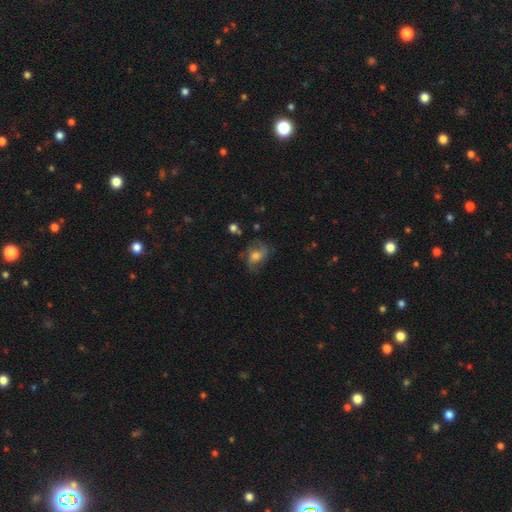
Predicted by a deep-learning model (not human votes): Q: Smooth or featured?
A: featured or disk (57%); runner-up: smooth (33%)
Q: Edge-on disk?
A: no (96%); runner-up: yes (4%)
Q: Bar?
A: no (60%); runner-up: weak (32%)
Q: Spiral arms?
A: yes (83%); runner-up: no (17%)
Q: Bulge size?
A: moderate (53%); runner-up: small (22%)
Q: Merging?
A: none (58%); runner-up: minor disturbance (22%)